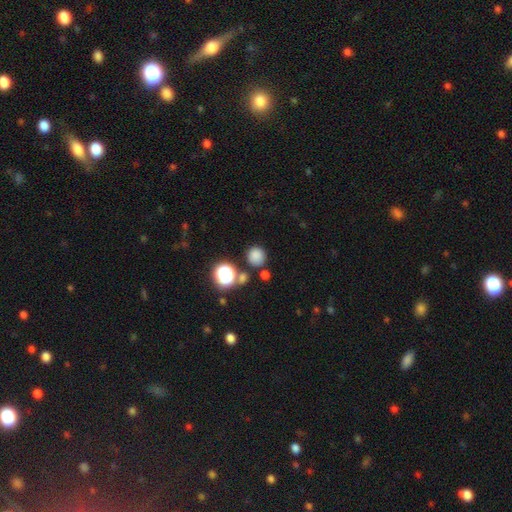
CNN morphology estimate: Smooth or featured? smooth (78%)
How rounded? round (90%)
Merging? none (79%)